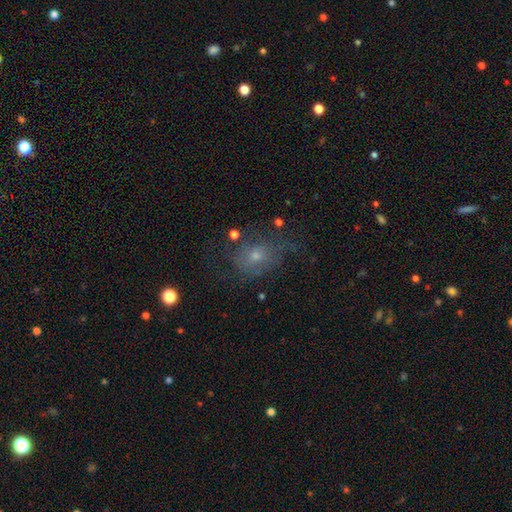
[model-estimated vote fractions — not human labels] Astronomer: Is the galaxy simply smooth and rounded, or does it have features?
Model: smooth — 49% (runner-up: featured or disk, 34%).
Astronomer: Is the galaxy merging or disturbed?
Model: none — 49% (runner-up: major disturbance, 24%).